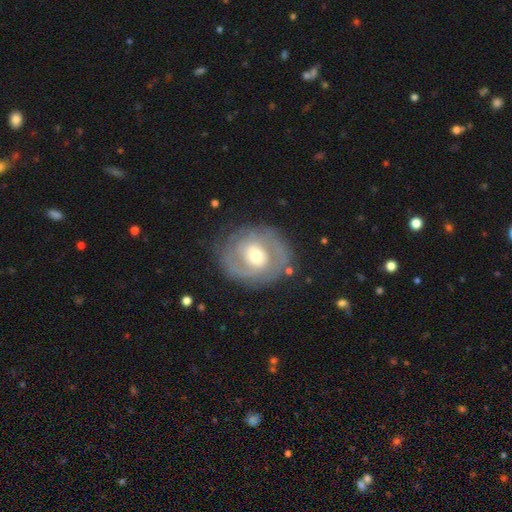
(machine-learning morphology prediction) Smooth or featured? featured or disk (76%)
Edge-on disk? no (97%)
Bar? no (53%)
Spiral arms? yes (82%)
Spiral winding? tight (58%)
Spiral arm count? 2 (61%)
Bulge size? moderate (64%)
Merging? none (78%)